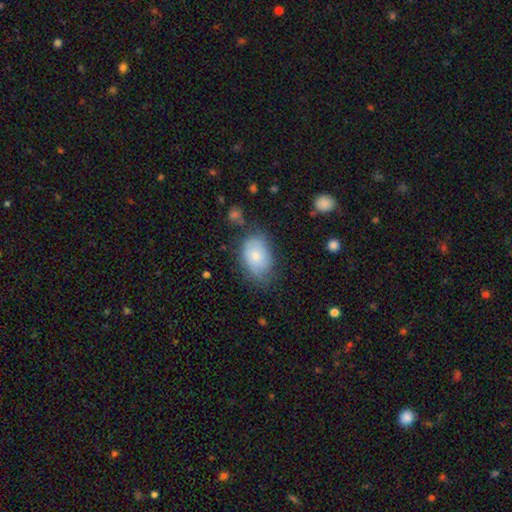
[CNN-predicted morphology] A smooth galaxy with no disk features (77%) that is in between round and cigar-shaped (86%).

Vote fractions:
- Smooth or featured? smooth: 77% / featured or disk: 16% / star or artifact: 7%
- How rounded? in between: 86% / round: 12% / cigar-shaped: 1%
- Merging? none: 62% / minor disturbance: 27% / major disturbance: 8% / merger: 2%